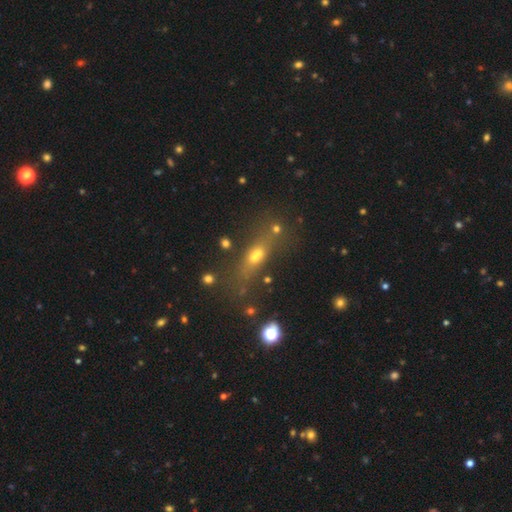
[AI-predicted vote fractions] This is possibly a smooth galaxy (51%). How rounded: marginally cigar-shaped (45%). Merging: possibly none (49%).